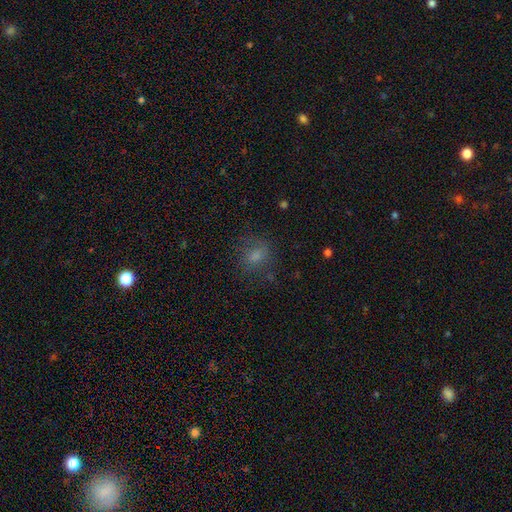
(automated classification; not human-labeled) This is possibly a smooth galaxy (60%). How rounded: likely round (66%). Merging: likely none (74%).